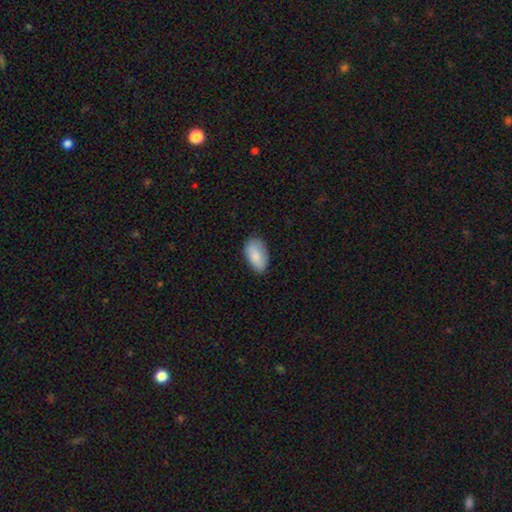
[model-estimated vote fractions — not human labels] A smooth galaxy with no disk features (85%) that is in between round and cigar-shaped (94%). Merging: none (78%).